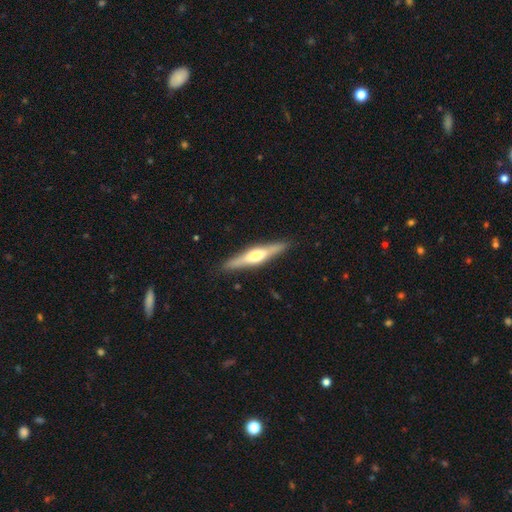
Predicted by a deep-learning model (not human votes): Smooth or featured? Predicted: featured or disk (p=0.65). Edge-on disk? Predicted: yes (p=0.96). Edge-on bulge? Predicted: rounded (p=0.88). Merging? Predicted: none (p=0.90).